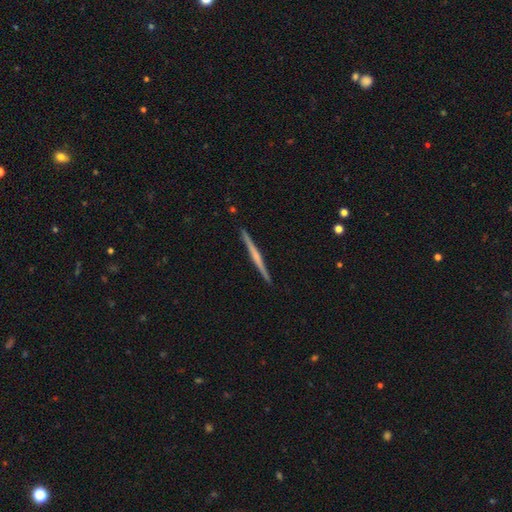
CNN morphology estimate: This appears to be a featured or disk galaxy (65%) viewed edge-on (98%) with no central bulge (59%). Merging: none (93%).